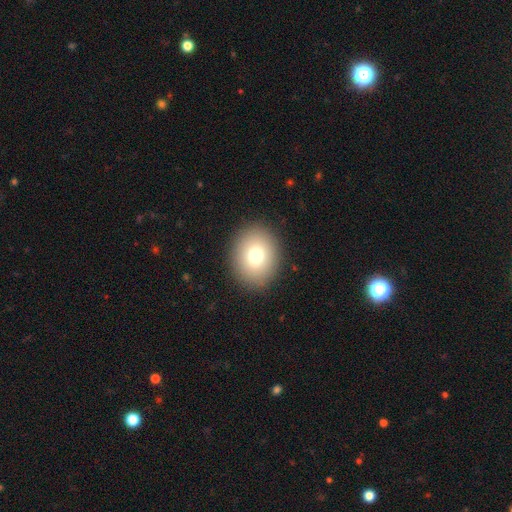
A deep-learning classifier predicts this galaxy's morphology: Smooth or featured?
  - smooth: 76% *
  - featured or disk: 12%
  - star or artifact: 12%
How rounded?
  - round: 55% *
  - in between: 44%
  - cigar-shaped: 1%
Merging?
  - none: 89% *
  - minor disturbance: 7%
  - major disturbance: 3%
  - merger: 1%